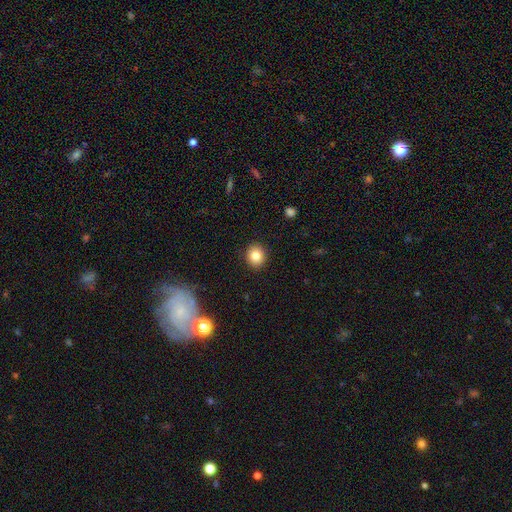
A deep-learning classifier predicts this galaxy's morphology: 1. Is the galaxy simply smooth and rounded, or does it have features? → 84% smooth, 10% star or artifact, 6% featured or disk.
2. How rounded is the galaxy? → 75% round, 24% in between, 1% cigar-shaped.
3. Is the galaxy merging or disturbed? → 91% none, 6% minor disturbance, 2% major disturbance, 1% merger.